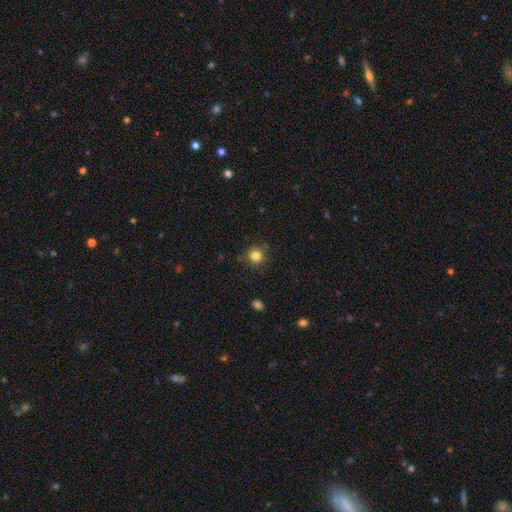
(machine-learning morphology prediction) Overall: smooth (82%). How rounded: round (92%). Merging: none (83%).